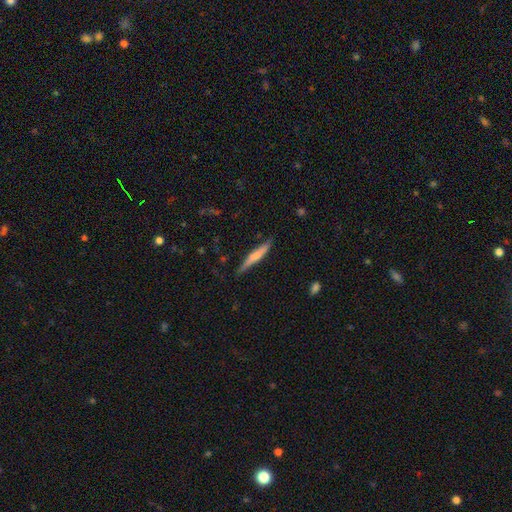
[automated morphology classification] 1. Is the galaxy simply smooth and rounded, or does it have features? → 54% smooth, 40% featured or disk, 6% star or artifact.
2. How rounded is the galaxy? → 93% cigar-shaped, 6% in between, 1% round.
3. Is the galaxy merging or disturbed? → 80% none, 16% minor disturbance, 3% major disturbance, 2% merger.